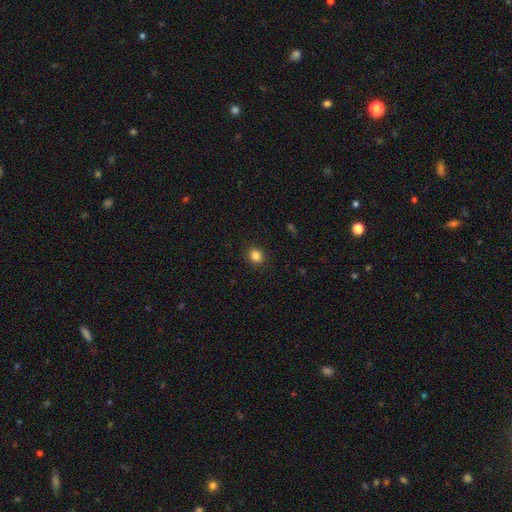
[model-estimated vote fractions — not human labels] Overall: smooth (84%). How rounded: round (79%). Merging: none (91%).